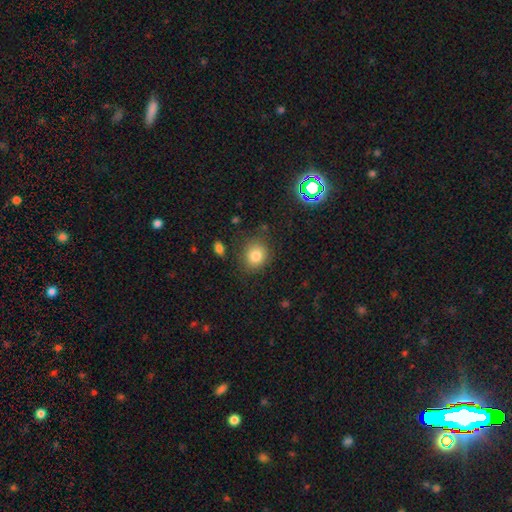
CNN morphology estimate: Smooth or featured? smooth (81%)
How rounded? round (73%)
Merging? none (81%)